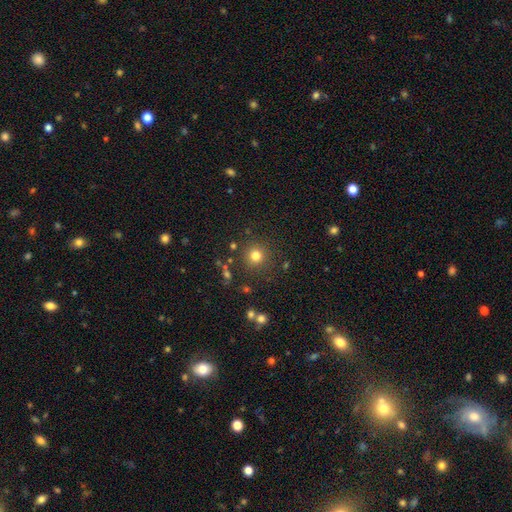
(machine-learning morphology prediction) This appears to be a smooth galaxy with no disk features (79%) that is round (94%). Merging: none (86%).